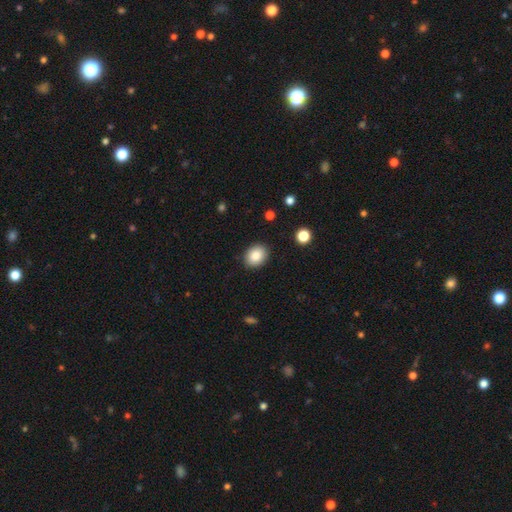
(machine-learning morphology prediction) type=smooth (86%); roundness=round (51%); merging=none (89%).